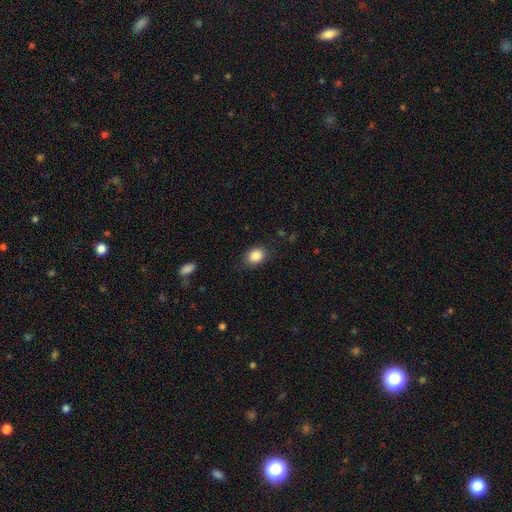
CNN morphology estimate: smooth_or_featured: smooth (p=0.86) [alt: star or artifact p=0.09]
how_rounded: in between (p=0.57) [alt: round p=0.42]
merging: none (p=0.76) [alt: minor disturbance p=0.18]